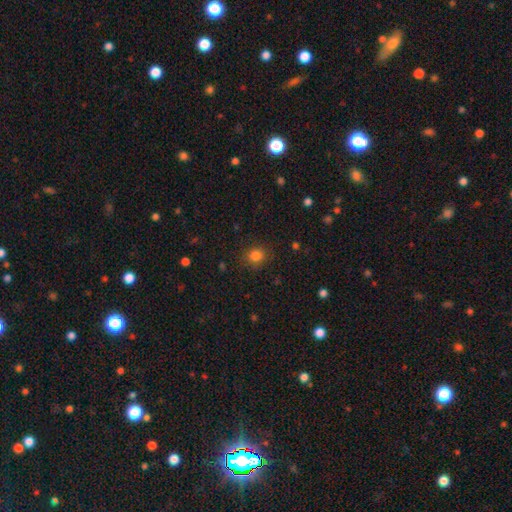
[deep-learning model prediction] smooth 82%, star or artifact 13%, featured or disk 5%. Down the decision tree: how rounded — round (79%); merging — none (85%).